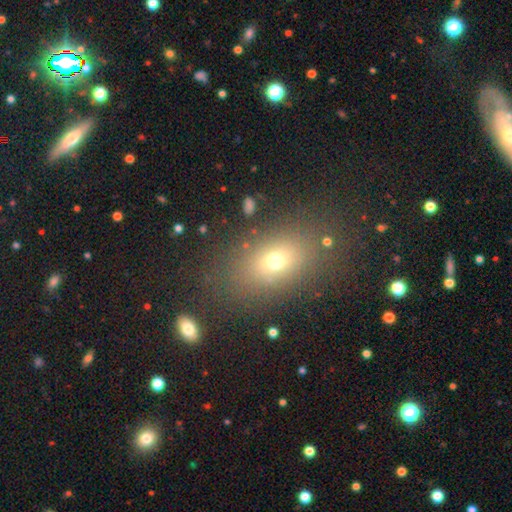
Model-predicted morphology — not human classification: smooth-or-featured: smooth: 60% | star or artifact: 25% | featured or disk: 14%
  how-rounded: in between: 74% | round: 22% | cigar-shaped: 4%
  merging: none: 84% | minor disturbance: 9% | major disturbance: 4% | merger: 3%